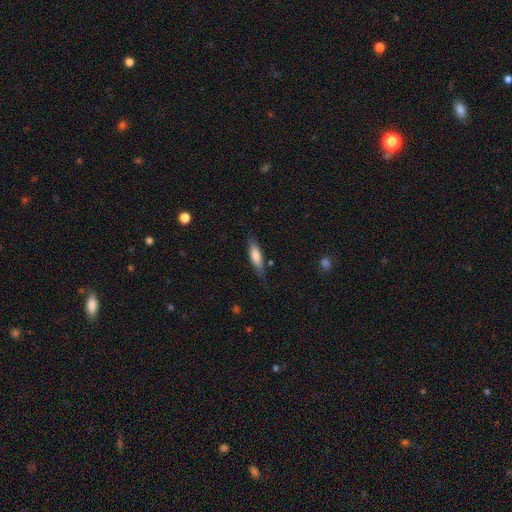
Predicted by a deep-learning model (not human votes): smooth-or-featured: smooth: 74% | featured or disk: 19% | star or artifact: 6%
  how-rounded: cigar-shaped: 53% | in between: 45% | round: 2%
  merging: none: 69% | minor disturbance: 23% | major disturbance: 6% | merger: 2%